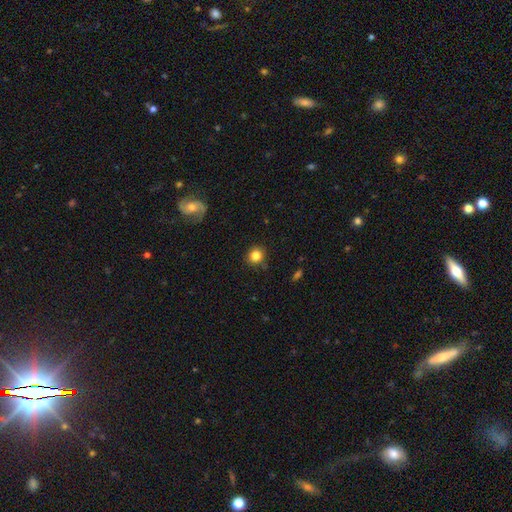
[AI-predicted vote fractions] A smooth galaxy with no disk features (82%) that is round (89%). Merging: none (85%).